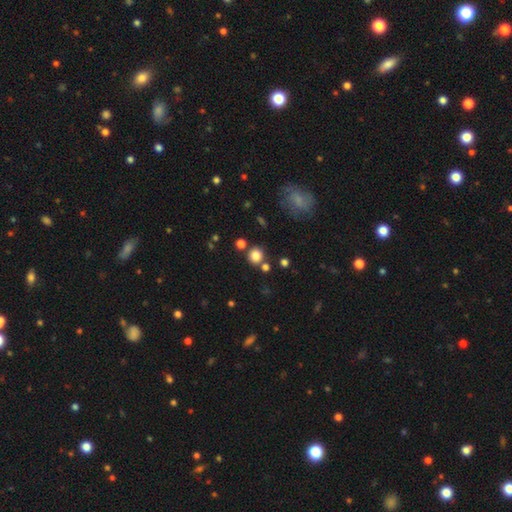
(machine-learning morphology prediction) type=smooth (81%); roundness=round (87%); merging=none (77%).